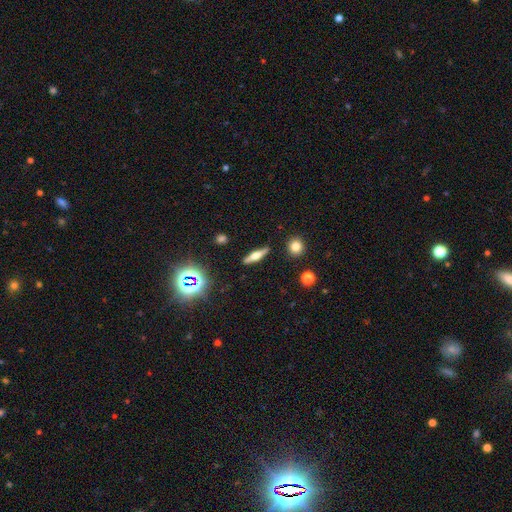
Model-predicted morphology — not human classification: Q: Smooth or featured?
A: featured or disk (55%); runner-up: smooth (34%)
Q: Edge-on disk?
A: yes (94%); runner-up: no (6%)
Q: Edge-on bulge?
A: rounded (89%); runner-up: boxy (8%)
Q: Merging?
A: none (87%); runner-up: minor disturbance (8%)